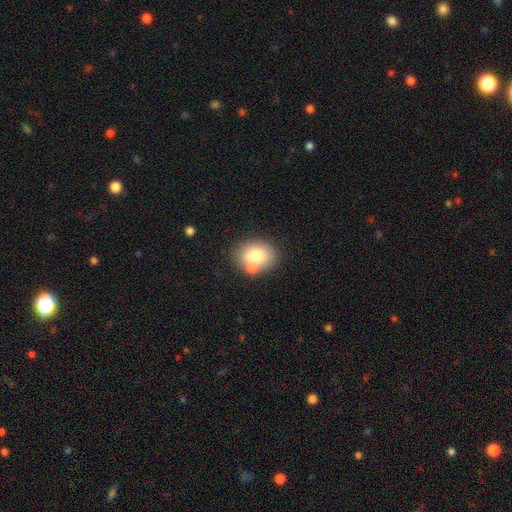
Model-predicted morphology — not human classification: Overall: smooth (74%). How rounded: in between (58%; round 41%). Merging: none (63%).